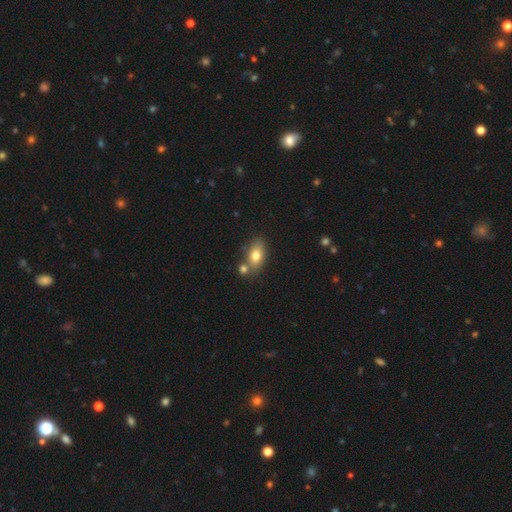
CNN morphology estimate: A smooth galaxy with no disk features (76%) that is in between round and cigar-shaped (83%).

Vote fractions:
- Smooth or featured? smooth: 76% / featured or disk: 15% / star or artifact: 9%
- How rounded? in between: 83% / round: 12% / cigar-shaped: 5%
- Merging? none: 60% / merger: 23% / minor disturbance: 13% / major disturbance: 4%